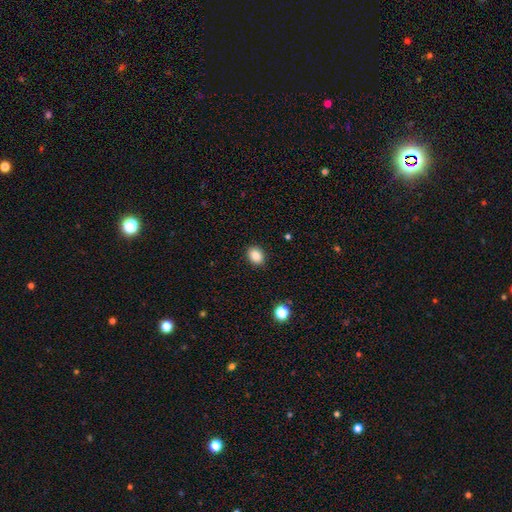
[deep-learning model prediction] smooth-or-featured: smooth: 86% | star or artifact: 10% | featured or disk: 4%
  how-rounded: in between: 58% | round: 41% | cigar-shaped: 1%
  merging: none: 90% | minor disturbance: 7% | major disturbance: 2% | merger: 1%